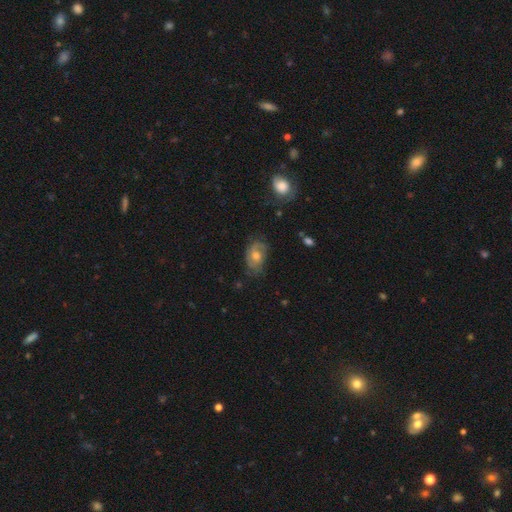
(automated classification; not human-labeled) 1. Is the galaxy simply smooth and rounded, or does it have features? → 55% featured or disk, 34% smooth, 11% star or artifact.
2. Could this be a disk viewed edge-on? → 94% no, 6% yes.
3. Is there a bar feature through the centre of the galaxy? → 77% no, 20% weak, 3% strong.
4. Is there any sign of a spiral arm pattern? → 75% yes, 25% no.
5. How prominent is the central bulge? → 68% moderate, 19% small, 10% large, 2% none, 1% dominant.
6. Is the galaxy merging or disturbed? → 63% none, 25% minor disturbance, 10% major disturbance, 2% merger.